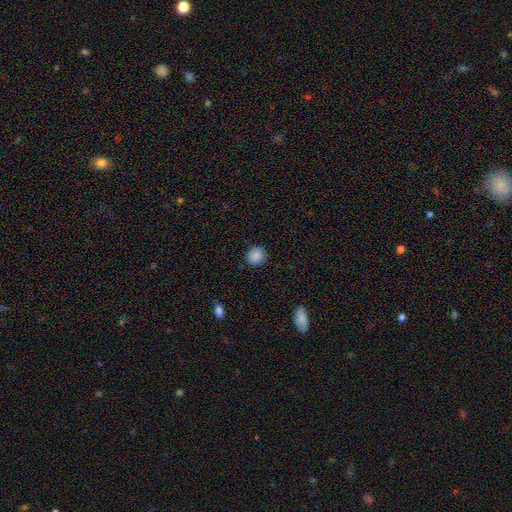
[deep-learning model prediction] This appears to be a smooth galaxy with no disk features (88%) that is round (82%). Merging: none (89%).